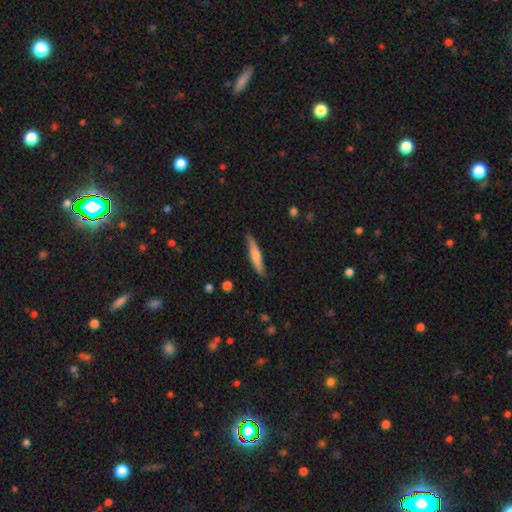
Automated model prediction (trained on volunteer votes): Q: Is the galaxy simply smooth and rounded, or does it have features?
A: smooth — 59%.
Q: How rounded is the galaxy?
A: cigar-shaped — 90%.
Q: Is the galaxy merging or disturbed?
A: none — 86%.